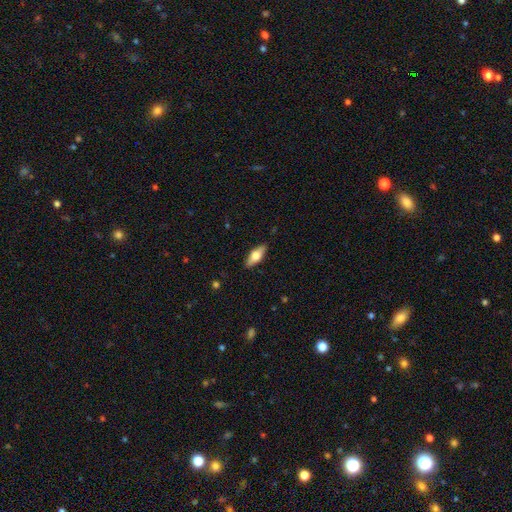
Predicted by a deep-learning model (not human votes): smooth 61%, featured or disk 33%, star or artifact 6%. Down the decision tree: how rounded — in between (74%); merging — none (87%).